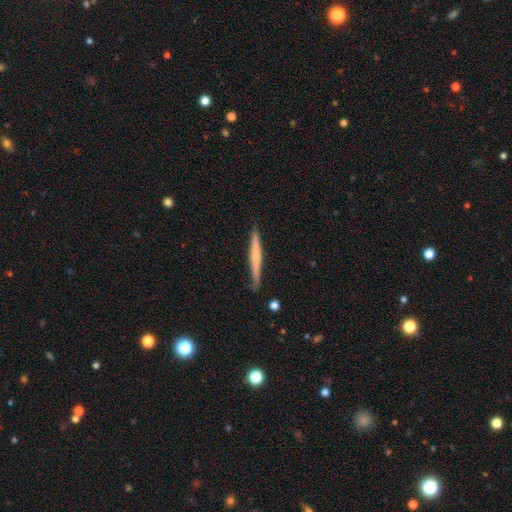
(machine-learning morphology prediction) Smooth or featured: smooth — 48% (featured or disk — 46%)
Merging: none — 85% (minor disturbance — 12%)